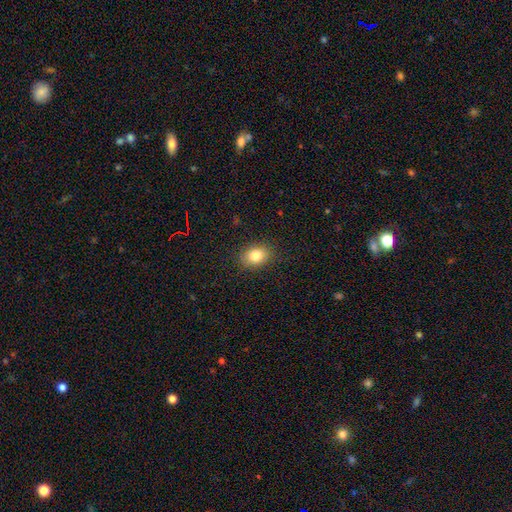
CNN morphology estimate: Q: Smooth or featured?
A: smooth (81%); runner-up: star or artifact (10%)
Q: How rounded?
A: in between (66%); runner-up: round (33%)
Q: Merging?
A: none (87%); runner-up: minor disturbance (9%)